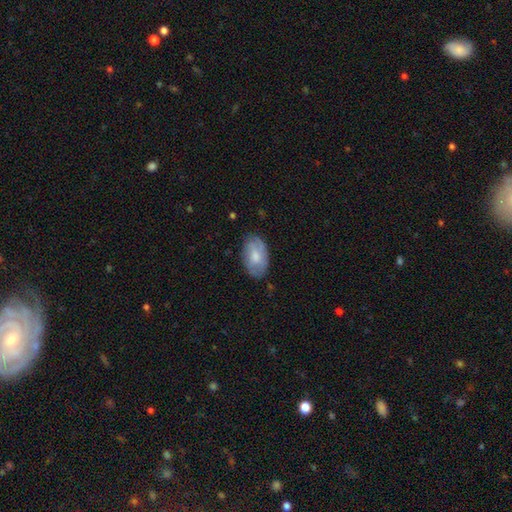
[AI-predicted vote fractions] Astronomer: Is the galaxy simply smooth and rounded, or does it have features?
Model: smooth — 61%.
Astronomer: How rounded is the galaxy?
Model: in between — 92%.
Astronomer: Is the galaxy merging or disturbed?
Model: none — 75%.